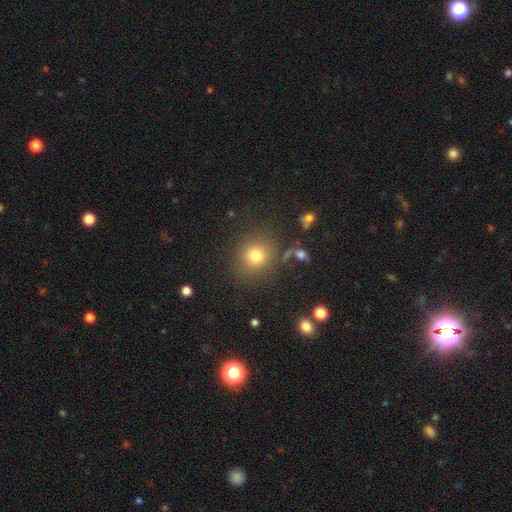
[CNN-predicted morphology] A smooth galaxy with no disk features (76%) that is round (81%).

Vote fractions:
- Smooth or featured? smooth: 76% / star or artifact: 16% / featured or disk: 8%
- How rounded? round: 81% / in between: 17% / cigar-shaped: 1%
- Merging? none: 81% / minor disturbance: 11% / major disturbance: 5% / merger: 4%